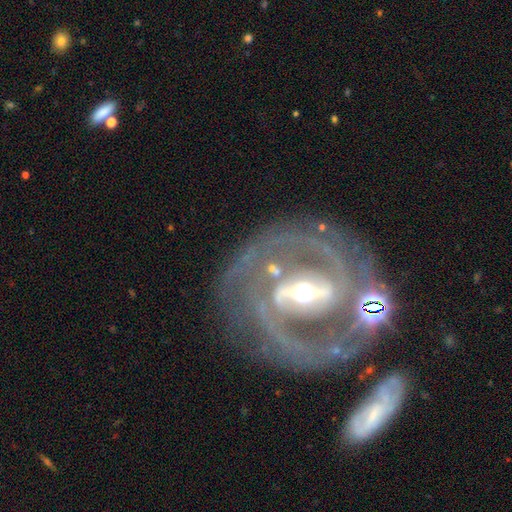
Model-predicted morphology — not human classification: smooth-or-featured: featured or disk: 90% | star or artifact: 5% | smooth: 5%
  disk-edge-on: no: 96% | yes: 4%
    bar: strong: 57% | weak: 31% | no: 12%
    has-spiral-arms: yes: 95% | no: 5%
      spiral-winding: tight: 57% | medium: 36% | loose: 7%
      spiral-arm-count: 2: 71% | 3: 10% | can't tell: 9% | 4: 3% | 1: 3% | more than 4: 3%
    bulge-size: moderate: 56% | small: 36% | large: 6% | none: 1% | dominant: 1%
  merging: none: 66% | minor disturbance: 14% | merger: 10% | major disturbance: 10%